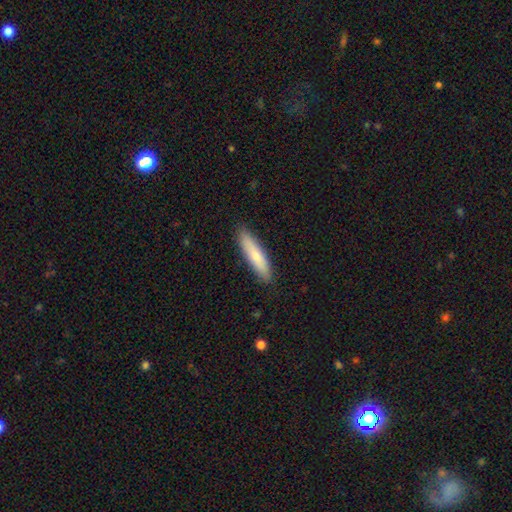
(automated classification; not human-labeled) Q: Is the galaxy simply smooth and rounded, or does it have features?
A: smooth — 74%.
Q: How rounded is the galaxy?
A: cigar-shaped — 81%.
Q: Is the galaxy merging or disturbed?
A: none — 89%.